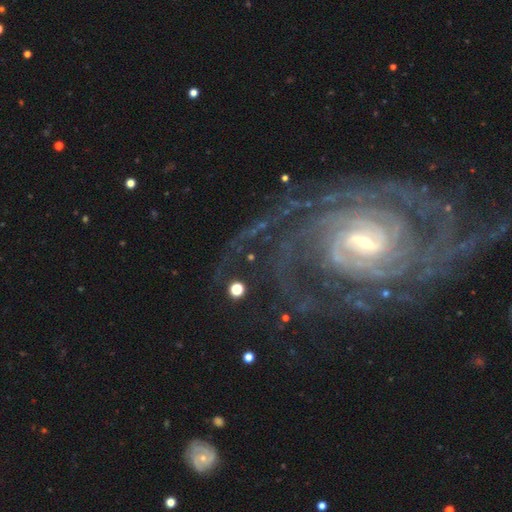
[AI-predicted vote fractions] Smooth or featured: featured or disk — 90% (star or artifact — 6%)
Edge-on disk: no — 97% (yes — 3%)
Bar: weak — 42% (strong — 32%)
Spiral arms: yes — 98% (no — 2%)
Spiral winding: tight — 70% (medium — 25%)
Spiral arm count: 2 — 22% (can't tell — 21%)
Bulge size: moderate — 47% (small — 42%)
Merging: none — 71% (minor disturbance — 15%)